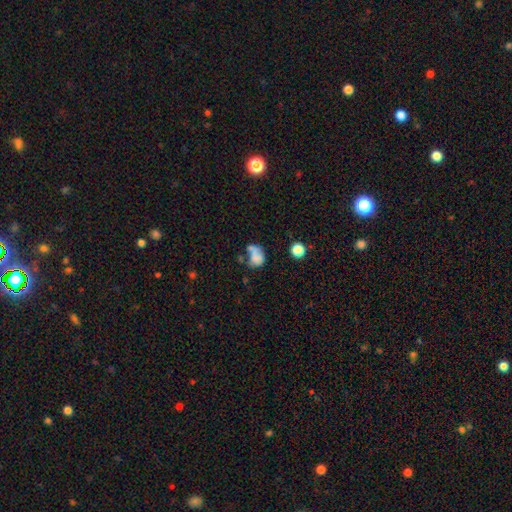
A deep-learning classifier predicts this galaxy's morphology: smooth_or_featured: smooth (p=0.62) [alt: featured or disk p=0.24]
how_rounded: in between (p=0.60) [alt: round p=0.38]
merging: merger (p=0.29) [alt: none p=0.26]